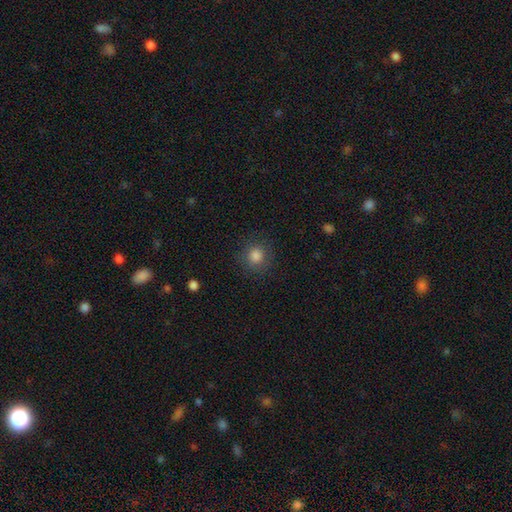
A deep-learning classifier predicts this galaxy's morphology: Q: Smooth or featured?
A: smooth (83%); runner-up: star or artifact (12%)
Q: How rounded?
A: round (90%); runner-up: in between (9%)
Q: Merging?
A: none (87%); runner-up: minor disturbance (8%)